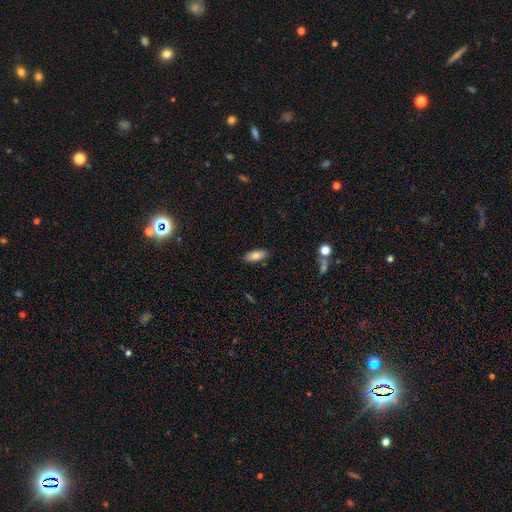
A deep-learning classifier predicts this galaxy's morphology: A smooth galaxy with no disk features (78%) that is in between round and cigar-shaped (86%). Merging: none (86%).